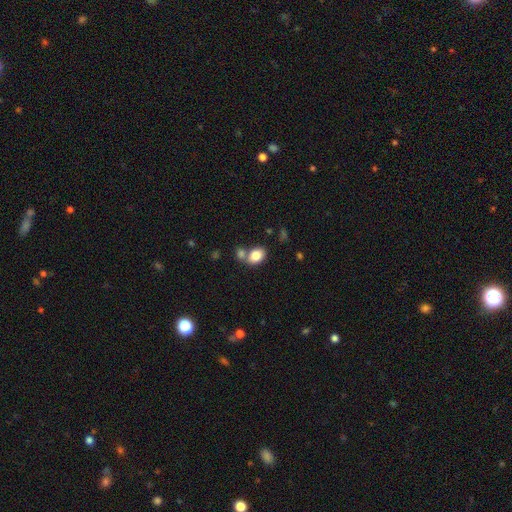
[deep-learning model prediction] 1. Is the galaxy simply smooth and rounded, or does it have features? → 82% smooth, 9% featured or disk, 8% star or artifact.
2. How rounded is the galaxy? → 73% in between, 26% round, 1% cigar-shaped.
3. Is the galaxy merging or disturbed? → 50% none, 34% merger, 12% minor disturbance, 4% major disturbance.